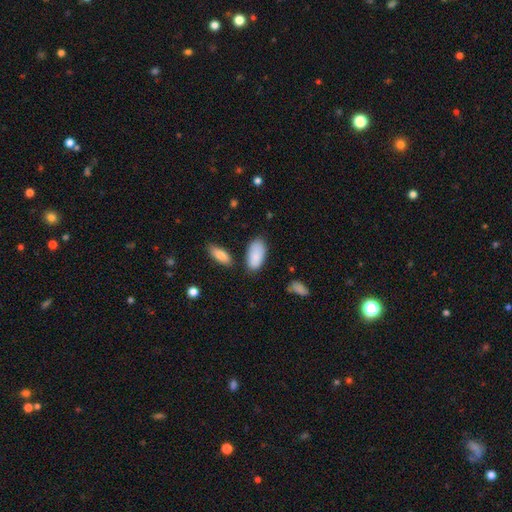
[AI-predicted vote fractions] This appears to be a smooth galaxy with no disk features (86%) that is in between round and cigar-shaped (94%). Merging: none (71%).